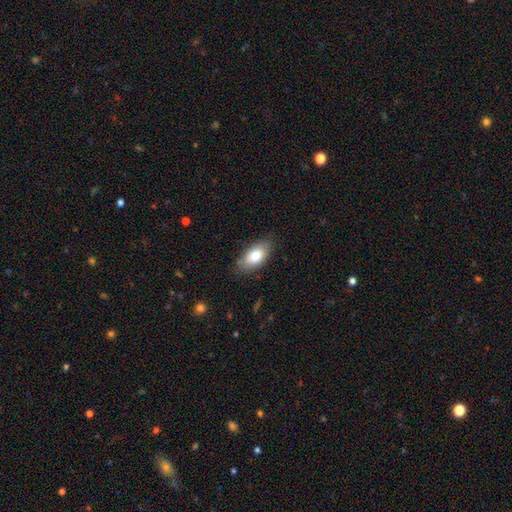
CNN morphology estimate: Q: Smooth or featured?
A: smooth (77%); runner-up: featured or disk (16%)
Q: How rounded?
A: in between (91%); runner-up: cigar-shaped (5%)
Q: Merging?
A: none (80%); runner-up: minor disturbance (15%)